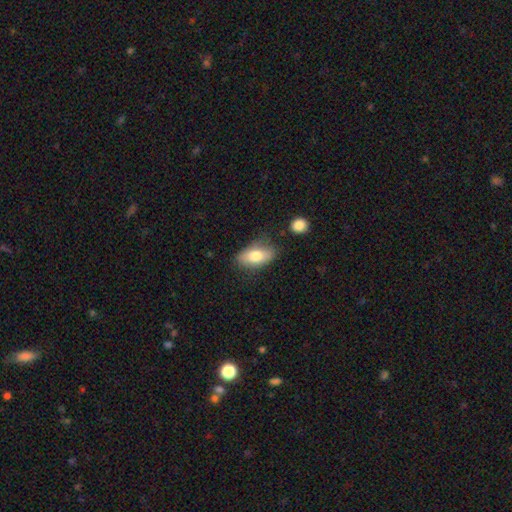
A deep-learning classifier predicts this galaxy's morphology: The model was most divided on "merging": none: 69%, minor disturbance: 21%, major disturbance: 6%, merger: 4%. More confident: how rounded — in between (89%); smooth or featured — smooth (75%).